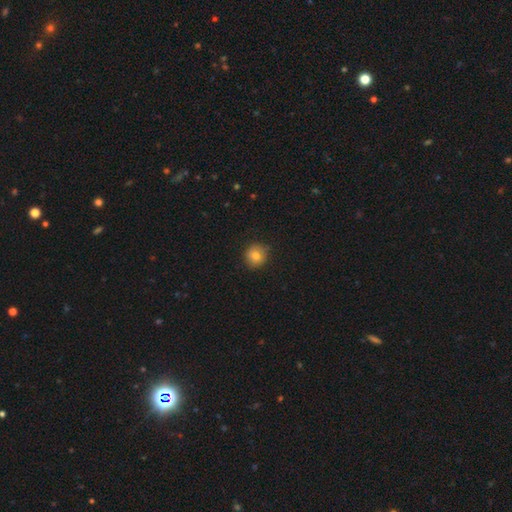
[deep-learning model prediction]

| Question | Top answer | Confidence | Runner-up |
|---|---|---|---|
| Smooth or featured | smooth | 79% | star or artifact (11%) |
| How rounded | round | 89% | in between (10%) |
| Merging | none | 87% | minor disturbance (10%) |